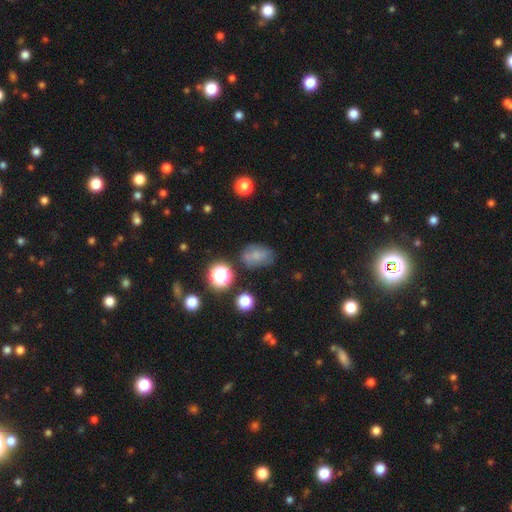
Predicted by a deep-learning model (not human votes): smooth_or_featured: smooth (p=0.67) [alt: featured or disk p=0.17]
how_rounded: in between (p=0.74) [alt: round p=0.24]
merging: none (p=0.63) [alt: minor disturbance p=0.23]